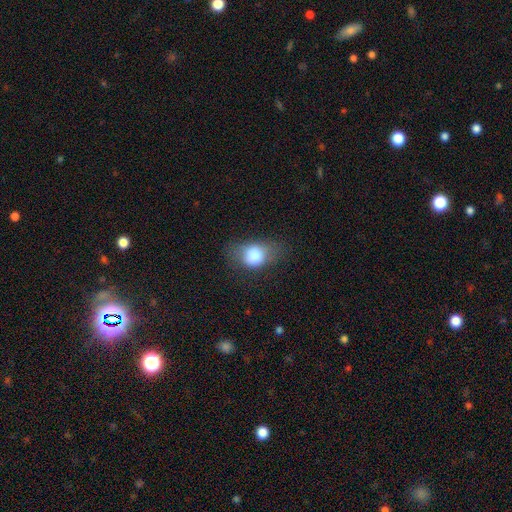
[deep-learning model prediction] A smooth galaxy with no disk features (78%) that is in between round and cigar-shaped (60%). Merging: none (56%).